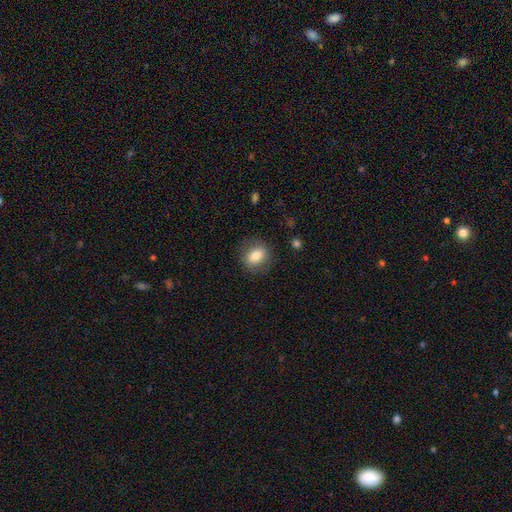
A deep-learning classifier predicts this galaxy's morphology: smooth 77%, featured or disk 14%, star or artifact 9%. Down the decision tree: how rounded — round (49%, tied with in between); merging — none (81%).